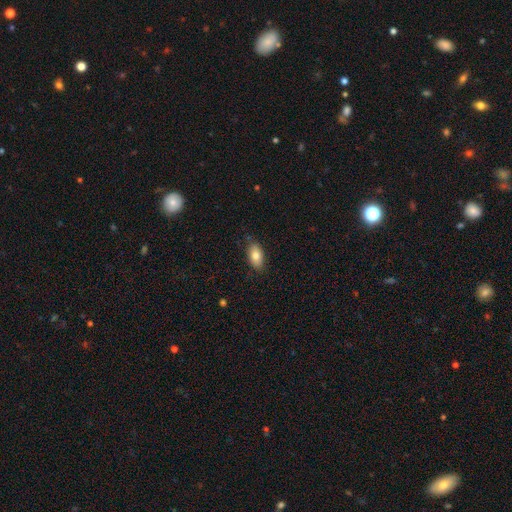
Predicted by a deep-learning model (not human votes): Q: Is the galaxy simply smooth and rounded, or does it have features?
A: smooth — 81%.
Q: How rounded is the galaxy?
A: in between — 92%.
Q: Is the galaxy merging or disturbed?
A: none — 84%.